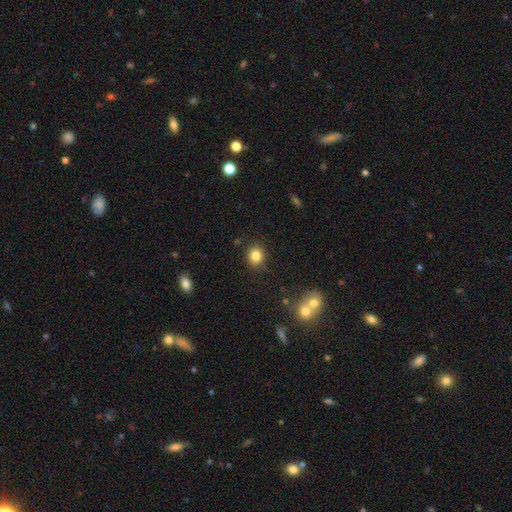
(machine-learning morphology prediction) Smooth or featured?
  - smooth: 84% *
  - star or artifact: 11%
  - featured or disk: 5%
How rounded?
  - round: 79% *
  - in between: 20%
  - cigar-shaped: 1%
Merging?
  - none: 87% *
  - minor disturbance: 8%
  - major disturbance: 2%
  - merger: 2%